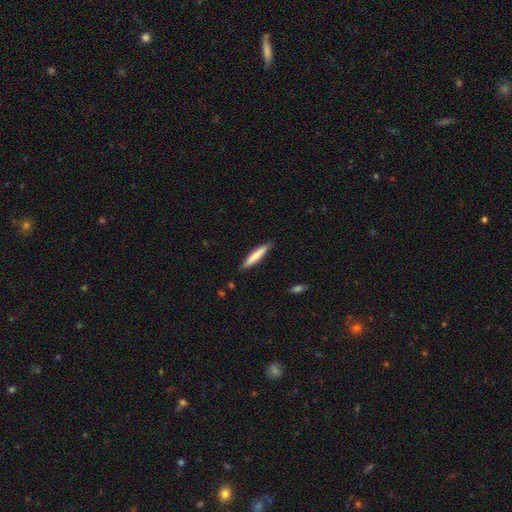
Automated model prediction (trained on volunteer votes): Overall: smooth (74%). How rounded: cigar-shaped (91%). Merging: none (89%).